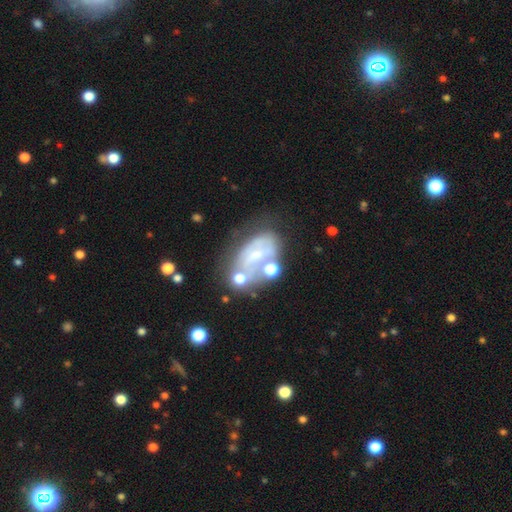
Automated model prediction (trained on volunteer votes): Morphology: type=featured or disk (56%); edge-on=no (96%); bar=no (67%); spiral arms=no (62%); bulge=small (43%); merging=none (32%).